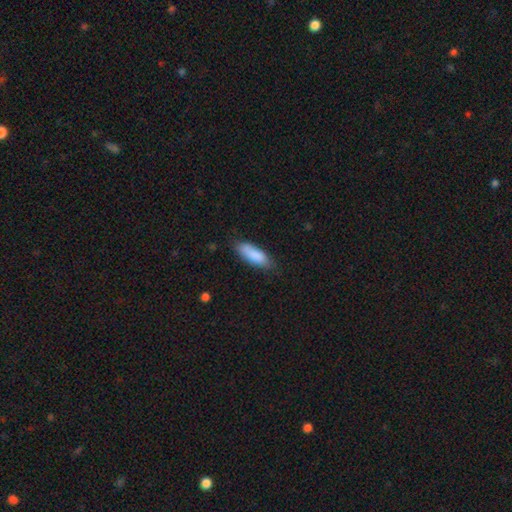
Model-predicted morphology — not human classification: Smooth or featured: smooth — 87% (featured or disk — 7%)
How rounded: in between — 64% (cigar-shaped — 34%)
Merging: none — 75% (minor disturbance — 19%)